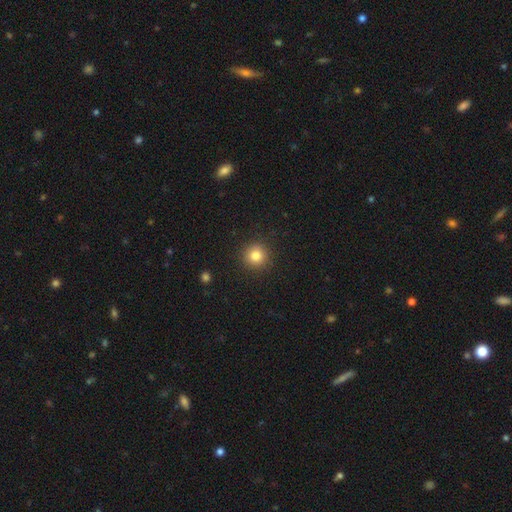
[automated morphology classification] Q: Smooth or featured?
A: smooth (82%); runner-up: star or artifact (12%)
Q: How rounded?
A: round (94%); runner-up: in between (5%)
Q: Merging?
A: none (92%); runner-up: minor disturbance (5%)